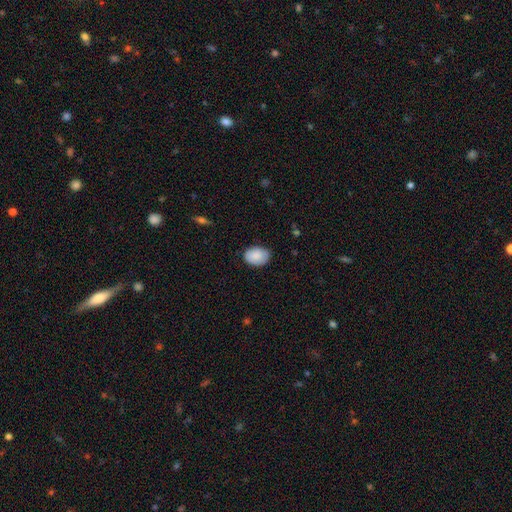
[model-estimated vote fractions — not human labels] smooth-or-featured: smooth: 86% | featured or disk: 8% | star or artifact: 7%
  how-rounded: in between: 75% | round: 24% | cigar-shaped: 1%
  merging: none: 77% | minor disturbance: 19% | major disturbance: 3% | merger: 1%